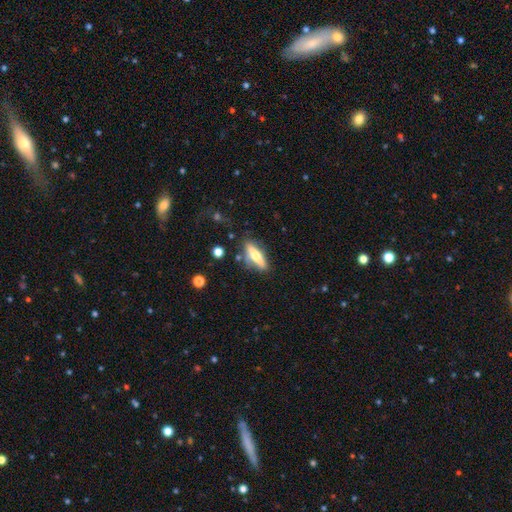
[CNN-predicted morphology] Smooth or featured?
  - featured or disk: 47% * (tied)
  - smooth: 47% * (tied)
  - star or artifact: 7%
Merging?
  - none: 77% *
  - minor disturbance: 14%
  - major disturbance: 5%
  - merger: 4%